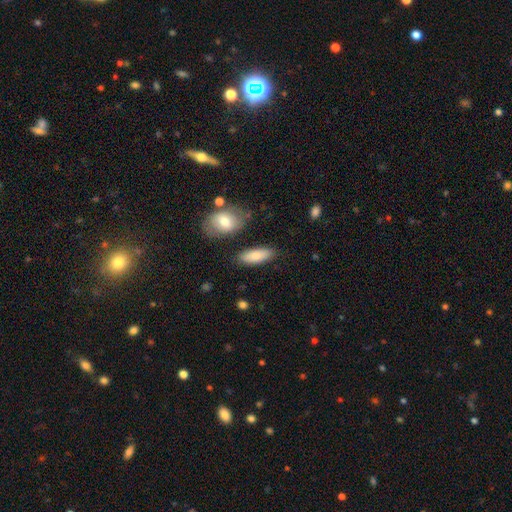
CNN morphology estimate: Smooth or featured: smooth — 78% (featured or disk — 15%)
How rounded: in between — 74% (cigar-shaped — 23%)
Merging: none — 80% (minor disturbance — 12%)